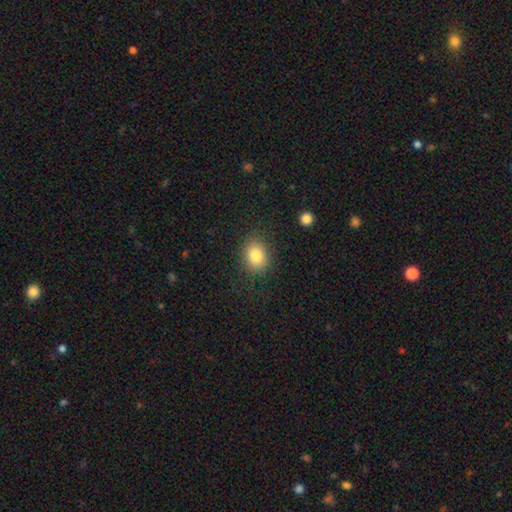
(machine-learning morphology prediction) Q: Smooth or featured?
A: smooth (83%); runner-up: star or artifact (10%)
Q: How rounded?
A: in between (50%); runner-up: round (49%)
Q: Merging?
A: none (84%); runner-up: minor disturbance (10%)